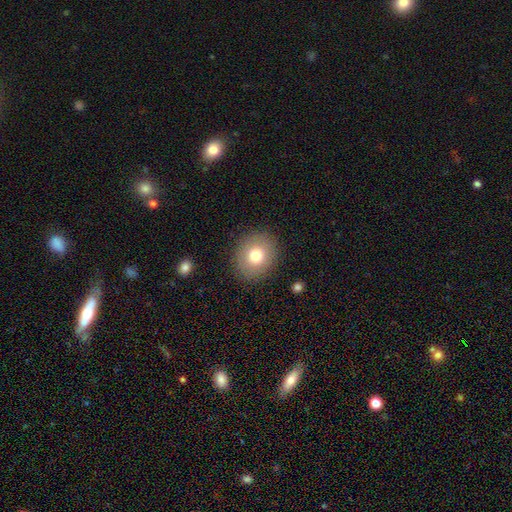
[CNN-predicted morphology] The model was most divided on "how rounded": round: 69%, in between: 31%, cigar-shaped: 1%. More confident: merging — none (88%); smooth or featured — smooth (76%).